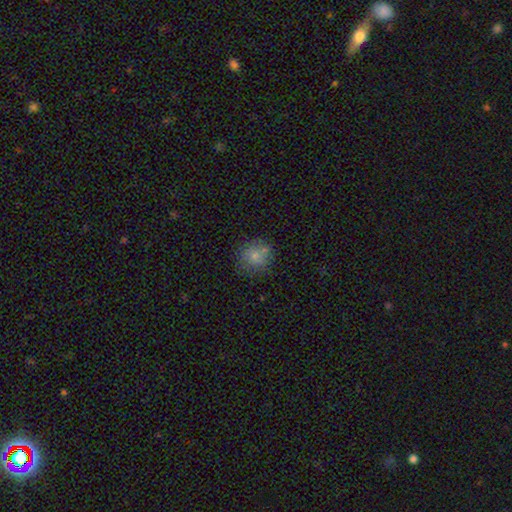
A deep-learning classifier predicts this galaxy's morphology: Overall: smooth (75%). How rounded: round (86%). Merging: none (68%).